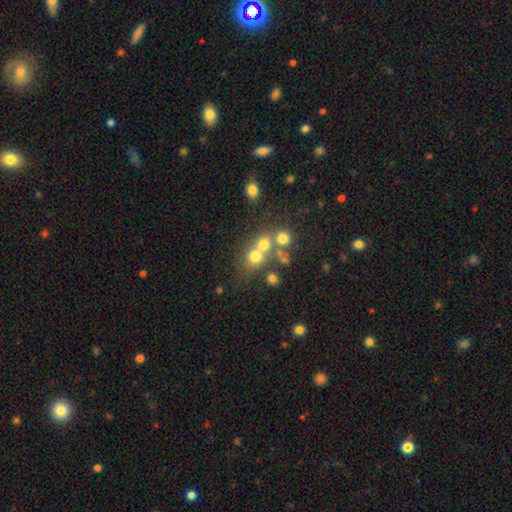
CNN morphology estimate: Smooth or featured? smooth (62%)
How rounded? round (76%)
Merging? merger (47%)